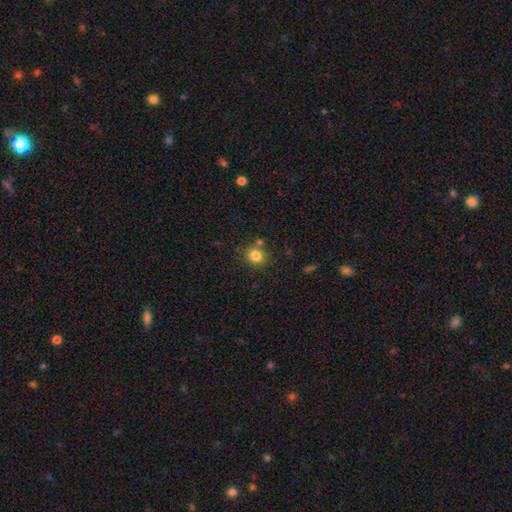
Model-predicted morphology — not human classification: This is clearly a smooth galaxy (82%). How rounded: clearly round (85%). Merging: likely none (77%).